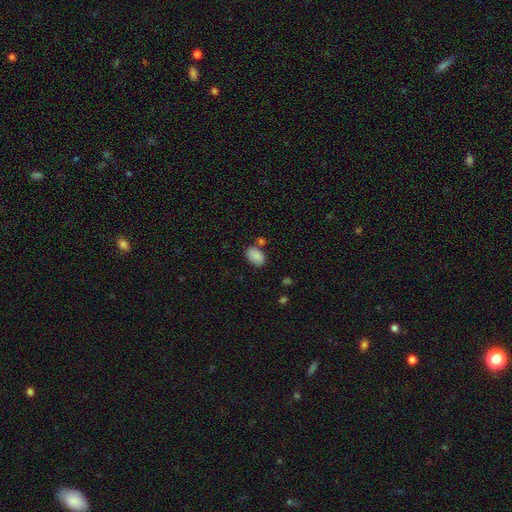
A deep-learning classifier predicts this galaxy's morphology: smooth_or_featured: smooth (p=0.88) [alt: star or artifact p=0.08]
how_rounded: in between (p=0.86) [alt: round p=0.13]
merging: none (p=0.69) [alt: minor disturbance p=0.15]